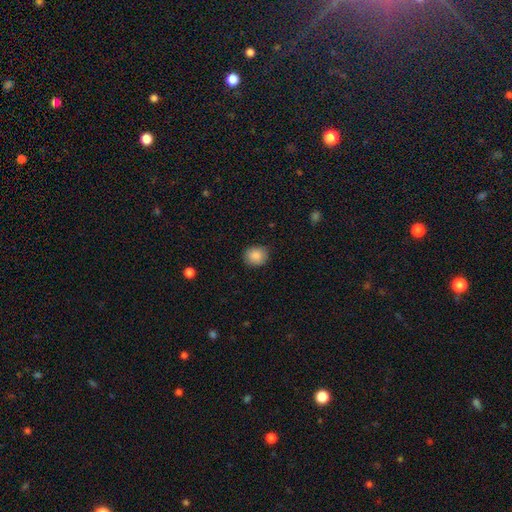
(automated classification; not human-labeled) smooth_or_featured: smooth (p=0.88) [alt: star or artifact p=0.09]
how_rounded: round (p=0.78) [alt: in between p=0.21]
merging: none (p=0.86) [alt: minor disturbance p=0.11]